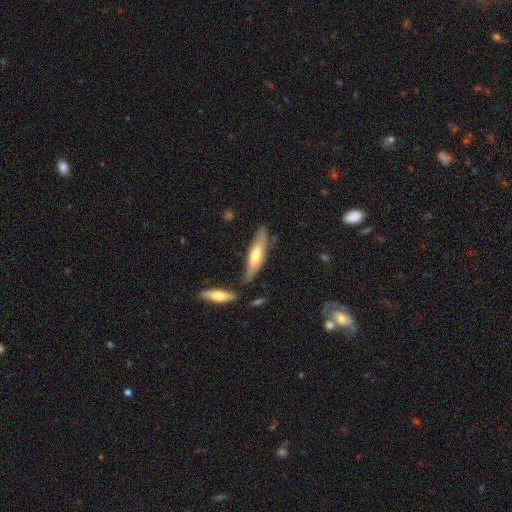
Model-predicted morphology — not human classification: A smooth galaxy with no disk features (52%) that is cigar-shaped (73%).

Vote fractions:
- Smooth or featured? smooth: 52% / featured or disk: 42% / star or artifact: 6%
- How rounded? cigar-shaped: 73% / in between: 25% / round: 1%
- Merging? none: 69% / minor disturbance: 18% / merger: 8% / major disturbance: 4%